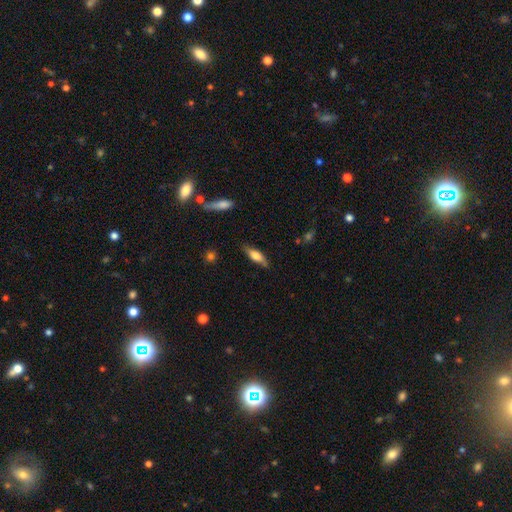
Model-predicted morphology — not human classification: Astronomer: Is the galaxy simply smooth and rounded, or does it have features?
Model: smooth — 58% (runner-up: featured or disk, 35%).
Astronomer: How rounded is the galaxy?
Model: in between — 51% (runner-up: cigar-shaped, 46%).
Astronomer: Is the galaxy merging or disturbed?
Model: none — 79%.